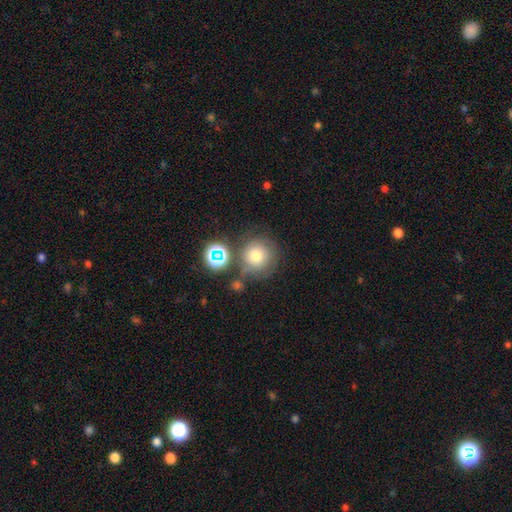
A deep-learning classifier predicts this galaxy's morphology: This is likely a smooth galaxy (69%). How rounded: clearly round (93%). Merging: likely none (67%).